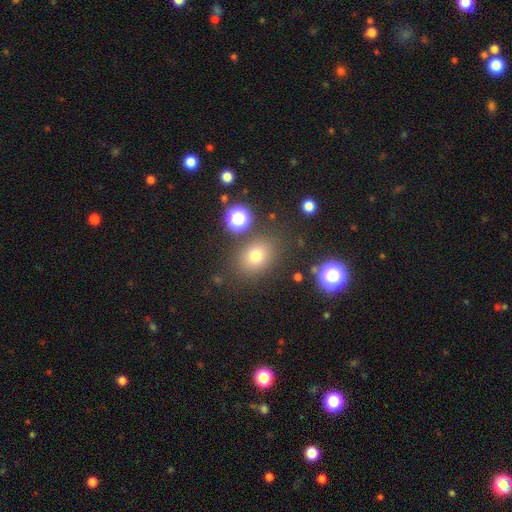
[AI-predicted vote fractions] smooth-or-featured: smooth: 73% | star or artifact: 18% | featured or disk: 10%
  how-rounded: in between: 51% | round: 48% | cigar-shaped: 1%
  merging: none: 81% | minor disturbance: 10% | merger: 4% | major disturbance: 4%